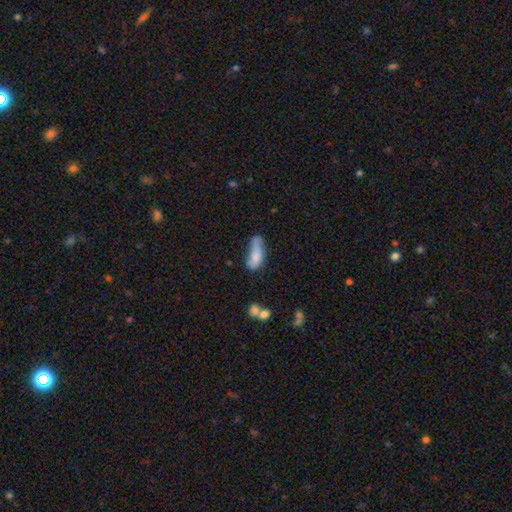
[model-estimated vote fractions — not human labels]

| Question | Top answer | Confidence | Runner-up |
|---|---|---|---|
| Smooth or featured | smooth | 71% | featured or disk (21%) |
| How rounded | in between | 70% | cigar-shaped (27%) |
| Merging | minor disturbance | 32% | tied: none (32%) |